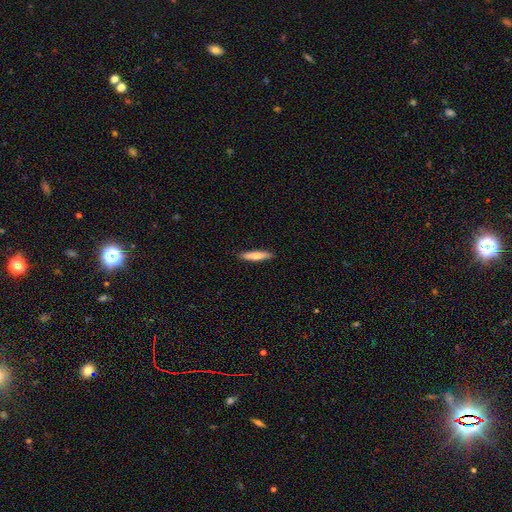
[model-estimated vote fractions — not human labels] smooth_or_featured: smooth (p=0.75) [alt: featured or disk p=0.20]
how_rounded: cigar-shaped (p=0.86) [alt: in between p=0.13]
merging: none (p=0.91) [alt: minor disturbance p=0.07]